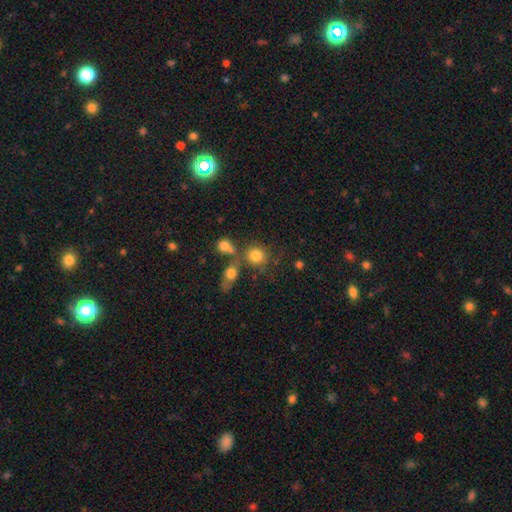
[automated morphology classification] Smooth or featured? Predicted: smooth (p=0.80). How rounded? Predicted: round (p=0.83). Merging? Predicted: none (p=0.59).